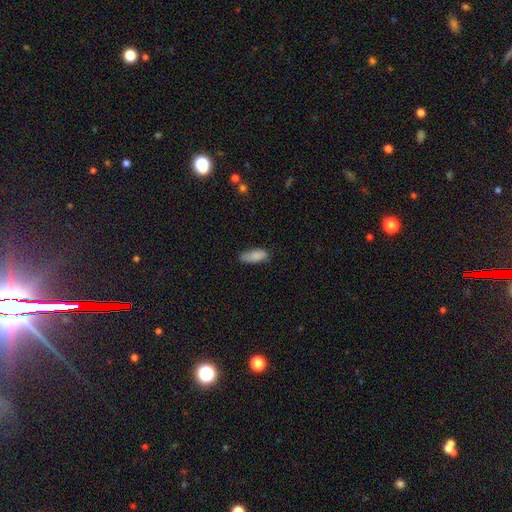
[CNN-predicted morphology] A smooth galaxy with no disk features (86%) that is in between round and cigar-shaped (76%).

Vote fractions:
- Smooth or featured? smooth: 86% / featured or disk: 7% / star or artifact: 7%
- How rounded? in between: 76% / cigar-shaped: 22% / round: 2%
- Merging? none: 70% / minor disturbance: 24% / major disturbance: 4% / merger: 2%